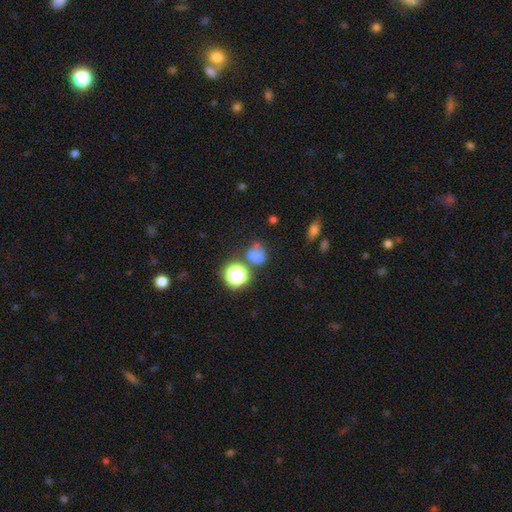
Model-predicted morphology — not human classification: This is likely a smooth galaxy (61%). How rounded: likely round (72%). Merging: possibly none (47%).